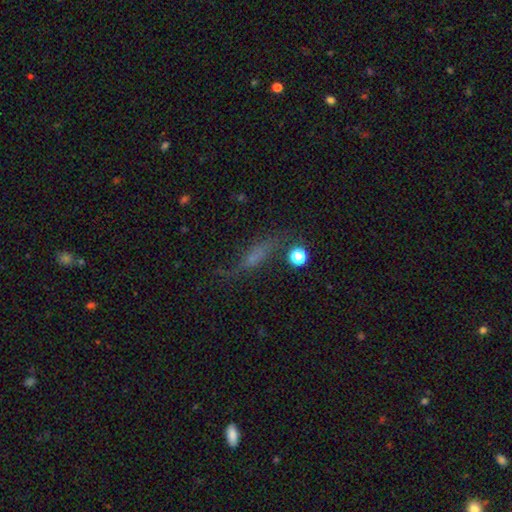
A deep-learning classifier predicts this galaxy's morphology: Smooth or featured? Predicted: smooth (p=0.44). Merging? Predicted: none (p=0.54).